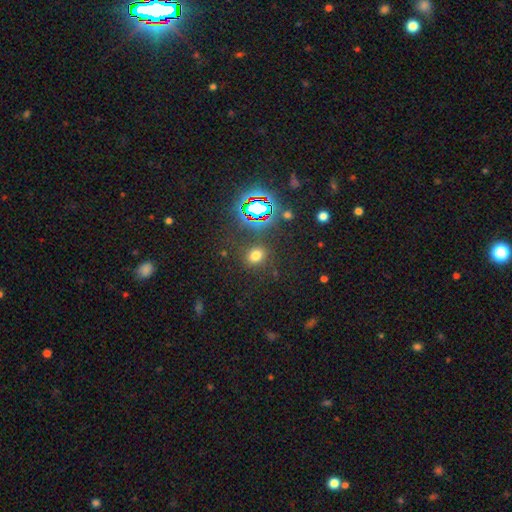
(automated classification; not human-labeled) smooth-or-featured: smooth: 65% | star or artifact: 27% | featured or disk: 7%
  how-rounded: in between: 50% | round: 48% | cigar-shaped: 2%
  merging: none: 83% | minor disturbance: 9% | major disturbance: 4% | merger: 3%